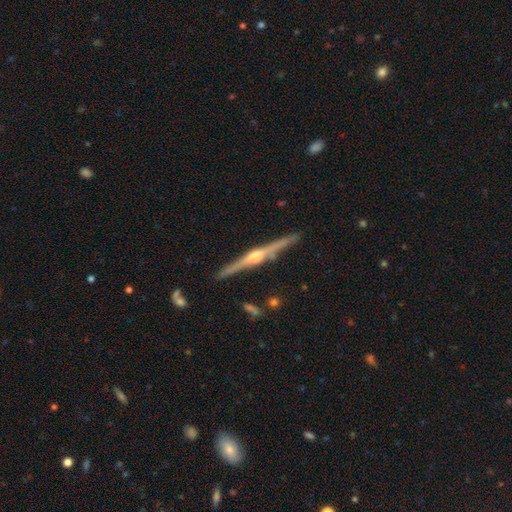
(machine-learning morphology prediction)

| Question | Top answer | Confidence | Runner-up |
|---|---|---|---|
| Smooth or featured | featured or disk | 86% | smooth (9%) |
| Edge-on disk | yes | 98% | no (2%) |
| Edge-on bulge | rounded | 88% | boxy (6%) |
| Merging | none | 90% | minor disturbance (7%) |